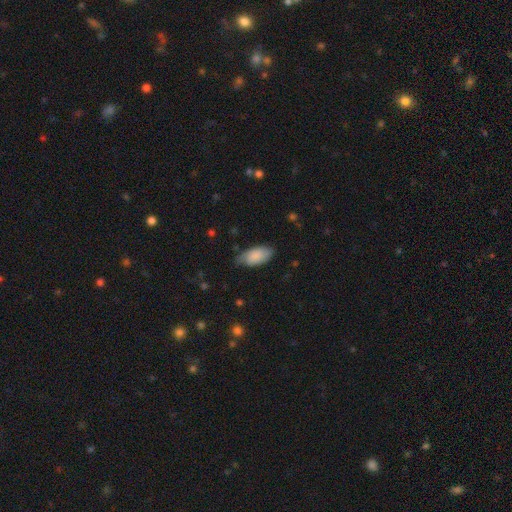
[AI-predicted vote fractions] Smooth or featured?
  - smooth: 84% *
  - featured or disk: 11%
  - star or artifact: 6%
How rounded?
  - in between: 93% *
  - cigar-shaped: 5%
  - round: 2%
Merging?
  - none: 66% *
  - minor disturbance: 28%
  - major disturbance: 5%
  - merger: 1%